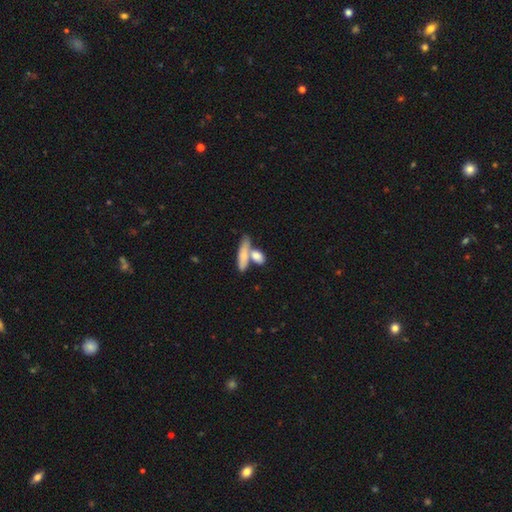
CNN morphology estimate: Smooth or featured?
  - smooth: 73% *
  - featured or disk: 20%
  - star or artifact: 8%
How rounded?
  - in between: 51% *
  - cigar-shaped: 38%
  - round: 11%
Merging?
  - none: 43% *
  - merger: 42%
  - minor disturbance: 10%
  - major disturbance: 5%